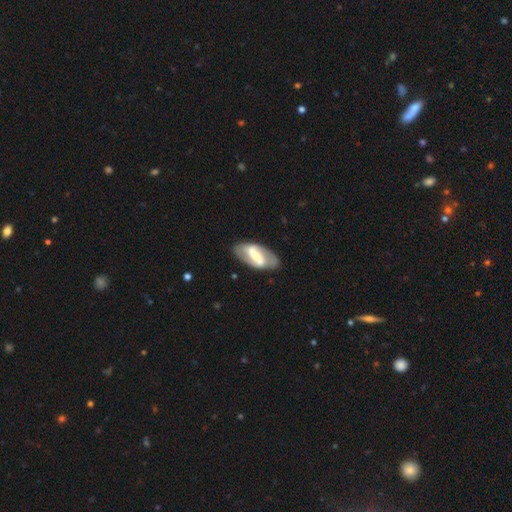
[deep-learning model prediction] Morphology: type=featured or disk (71%); edge-on=no (92%); bar=strong (72%); spiral arms=yes (61%); bulge=moderate (44%); merging=none (81%).